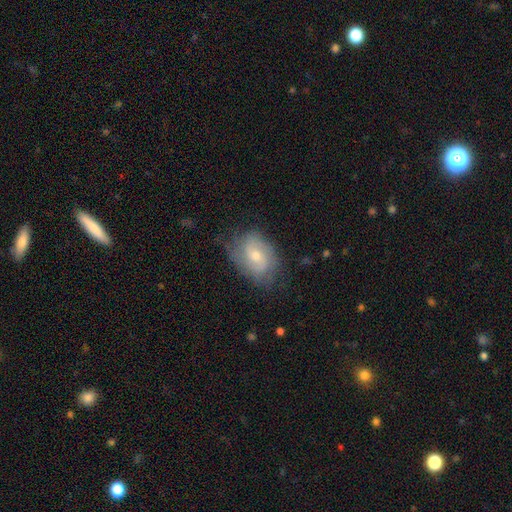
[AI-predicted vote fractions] featured or disk 55%, smooth 36%, star or artifact 8%. Down the decision tree: edge-on disk — no (95%); bar — no (55%); spiral arms — yes (82%); bulge size — moderate (50%); merging — none (67%).